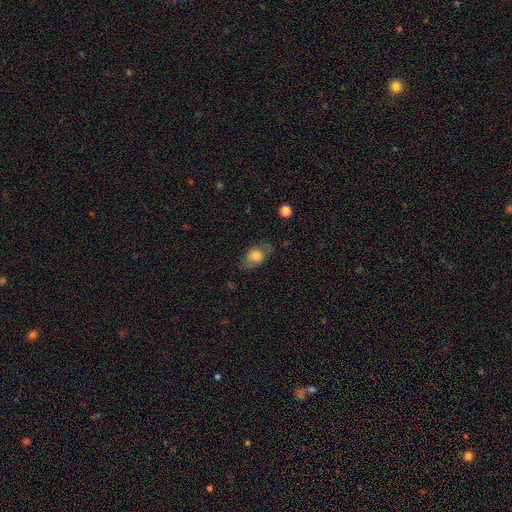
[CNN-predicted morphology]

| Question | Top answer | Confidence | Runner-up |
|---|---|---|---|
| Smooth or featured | smooth | 70% | featured or disk (22%) |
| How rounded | in between | 83% | round (15%) |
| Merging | none | 71% | minor disturbance (20%) |